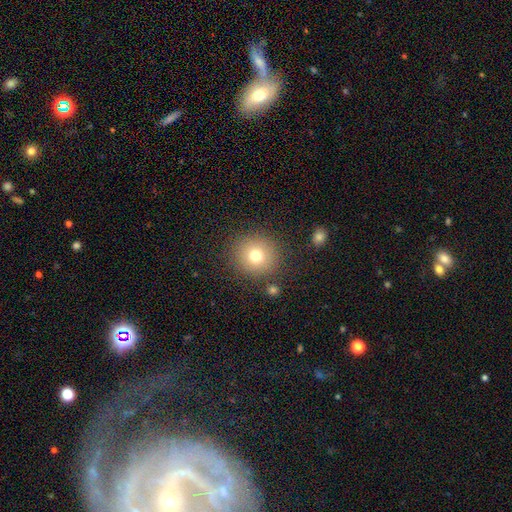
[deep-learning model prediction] Smooth or featured? Predicted: smooth (p=0.74). How rounded? Predicted: round (p=0.91). Merging? Predicted: none (p=0.86).